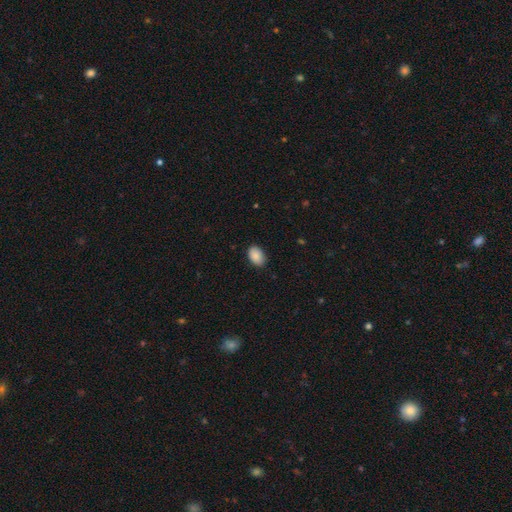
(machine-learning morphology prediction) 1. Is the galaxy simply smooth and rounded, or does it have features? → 89% smooth, 7% star or artifact, 4% featured or disk.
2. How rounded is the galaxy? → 87% in between, 12% round, 1% cigar-shaped.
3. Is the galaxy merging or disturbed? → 86% none, 11% minor disturbance, 2% major disturbance, 1% merger.